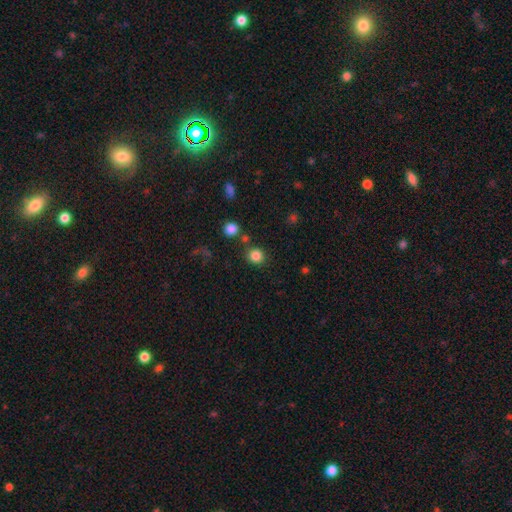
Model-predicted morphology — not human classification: type=smooth (84%); roundness=round (88%); merging=none (80%).